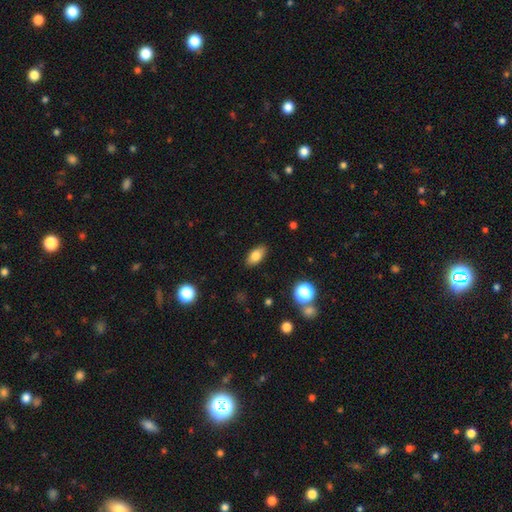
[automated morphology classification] Smooth or featured? Predicted: smooth (p=0.80). How rounded? Predicted: in between (p=0.89). Merging? Predicted: none (p=0.88).